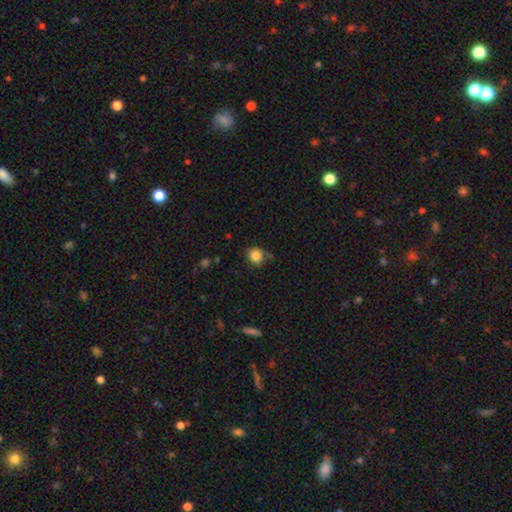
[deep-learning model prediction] Smooth or featured? Predicted: smooth (p=0.84). How rounded? Predicted: round (p=0.77). Merging? Predicted: none (p=0.64).